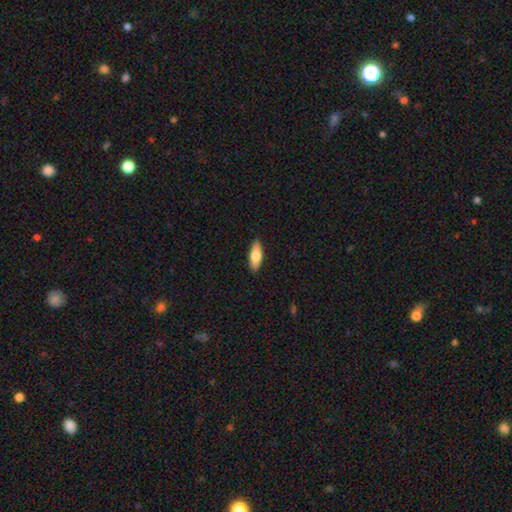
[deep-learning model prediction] A smooth galaxy with no disk features (74%) that is in between round and cigar-shaped (69%). Merging: none (89%).